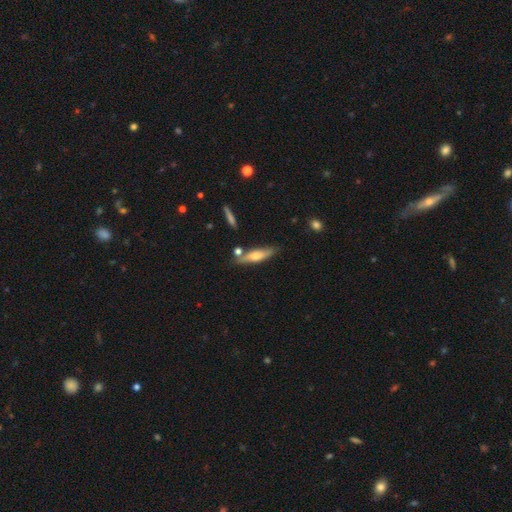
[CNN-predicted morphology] Smooth or featured? smooth (50%)
Merging? none (74%)